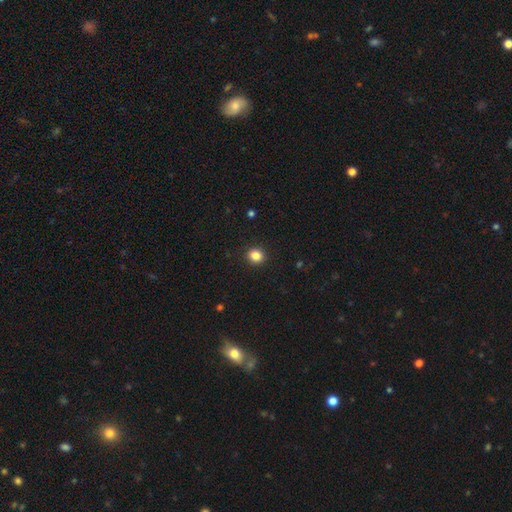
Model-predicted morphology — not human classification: Smooth or featured? Predicted: smooth (p=0.85). How rounded? Predicted: round (p=0.86). Merging? Predicted: none (p=0.92).